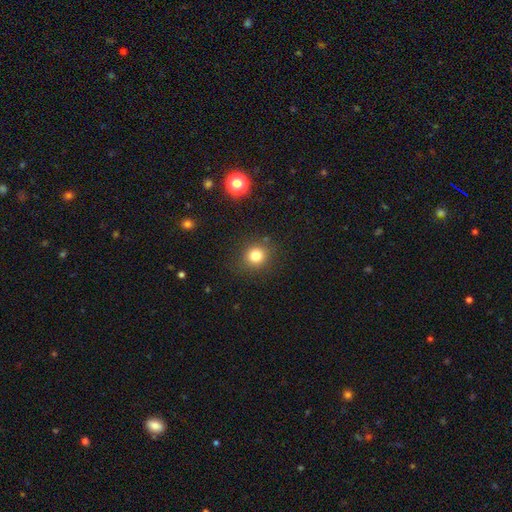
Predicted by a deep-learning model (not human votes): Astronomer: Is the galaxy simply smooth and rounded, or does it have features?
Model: smooth — 81%.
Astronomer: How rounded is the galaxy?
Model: round — 88%.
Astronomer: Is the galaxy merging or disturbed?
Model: none — 87%.